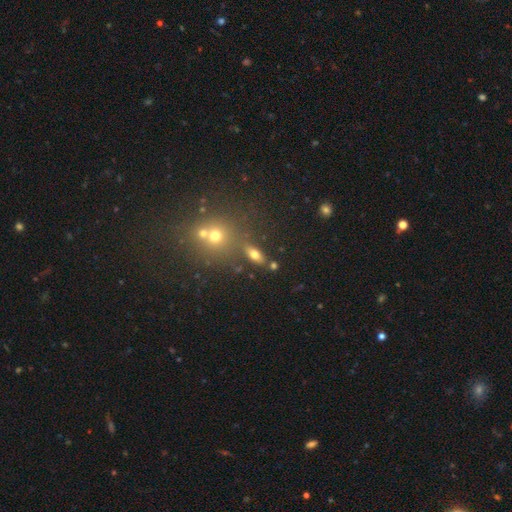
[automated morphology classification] Smooth or featured?
  - smooth: 50% *
  - star or artifact: 28%
  - featured or disk: 22%
How rounded?
  - in between: 55% *
  - round: 29%
  - cigar-shaped: 16%
Merging?
  - none: 63% *
  - merger: 20%
  - minor disturbance: 12%
  - major disturbance: 6%